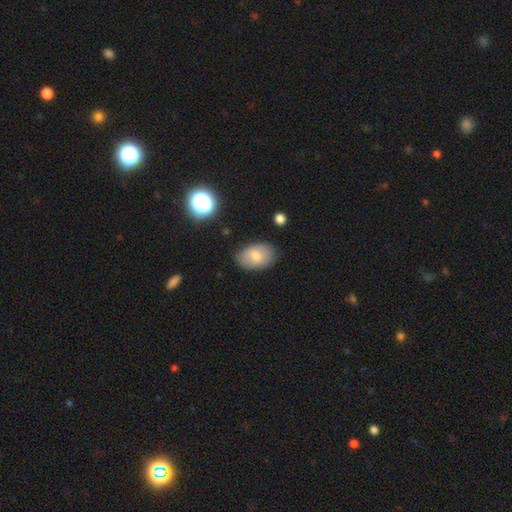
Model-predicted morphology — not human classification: smooth-or-featured: smooth: 75% | featured or disk: 17% | star or artifact: 8%
  how-rounded: in between: 87% | round: 12% | cigar-shaped: 1%
  merging: none: 82% | minor disturbance: 13% | major disturbance: 3% | merger: 2%